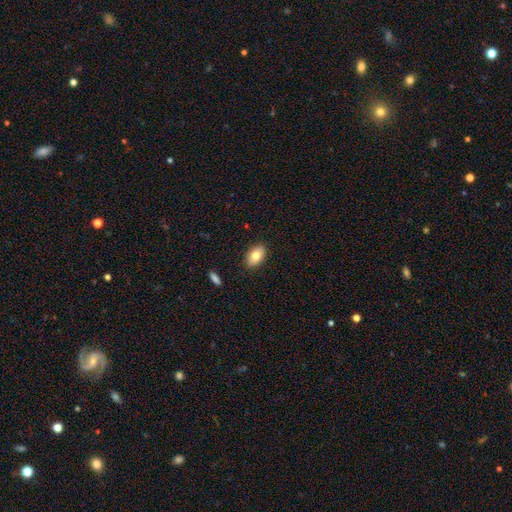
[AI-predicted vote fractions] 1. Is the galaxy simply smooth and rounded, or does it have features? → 80% smooth, 13% featured or disk, 7% star or artifact.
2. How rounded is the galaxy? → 91% in between, 8% round, 2% cigar-shaped.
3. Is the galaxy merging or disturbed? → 88% none, 9% minor disturbance, 2% major disturbance, 1% merger.